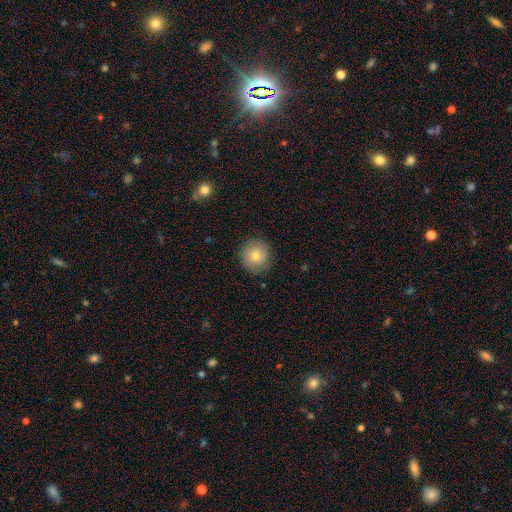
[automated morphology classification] A smooth galaxy with no disk features (78%) that is round (91%).

Vote fractions:
- Smooth or featured? smooth: 78% / featured or disk: 12% / star or artifact: 10%
- How rounded? round: 91% / in between: 8% / cigar-shaped: 1%
- Merging? none: 87% / minor disturbance: 9% / major disturbance: 2% / merger: 1%